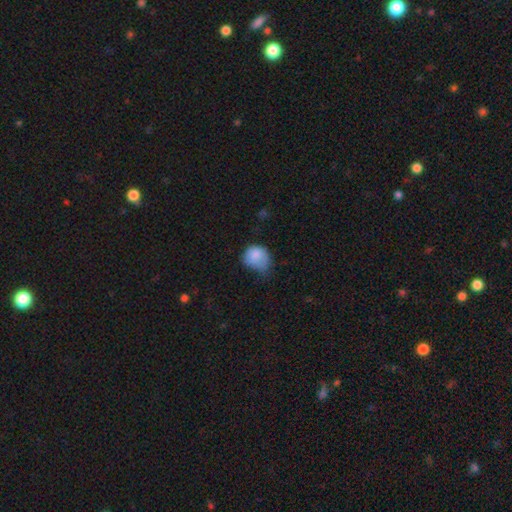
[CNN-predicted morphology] smooth-or-featured: smooth: 82% | featured or disk: 9% | star or artifact: 8%
  how-rounded: round: 61% | in between: 38% | cigar-shaped: 1%
  merging: minor disturbance: 46% | none: 29% | major disturbance: 23% | merger: 3%